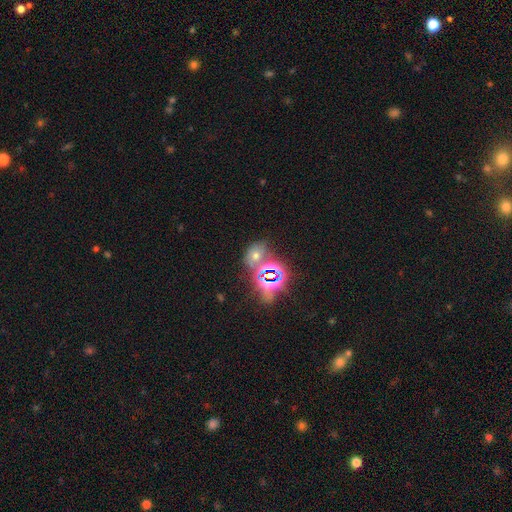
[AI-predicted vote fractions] smooth-or-featured: star or artifact: 58% | smooth: 29% | featured or disk: 13%